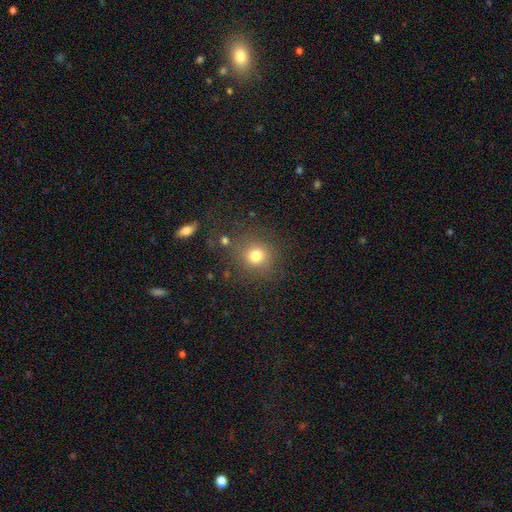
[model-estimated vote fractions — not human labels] smooth_or_featured: smooth (p=0.77) [alt: star or artifact p=0.16]
how_rounded: round (p=0.88) [alt: in between p=0.11]
merging: none (p=0.79) [alt: minor disturbance p=0.11]